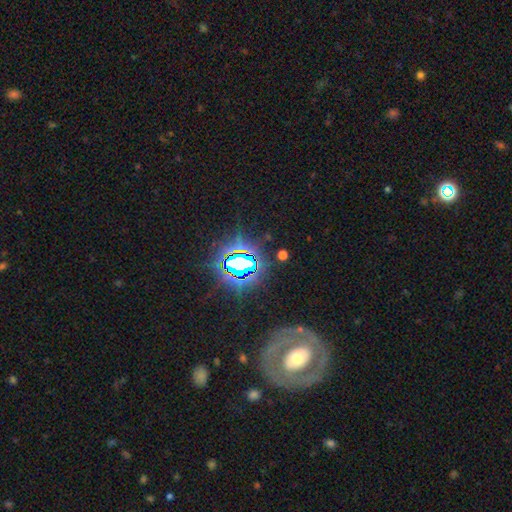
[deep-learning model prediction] Smooth or featured? star or artifact (51%)